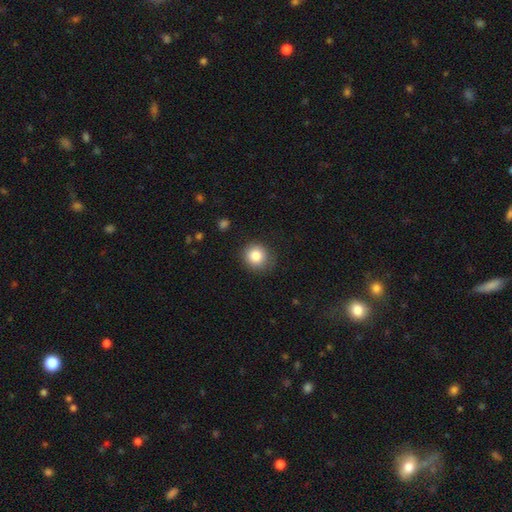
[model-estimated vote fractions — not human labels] smooth 84%, star or artifact 10%, featured or disk 6%. Down the decision tree: how rounded — round (89%); merging — none (83%).